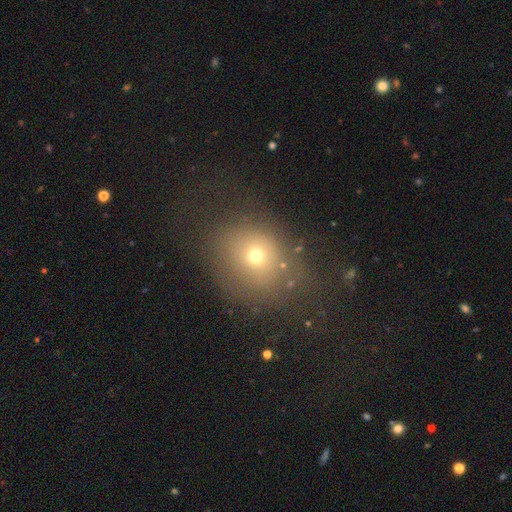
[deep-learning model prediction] This is likely a smooth galaxy (66%). How rounded: likely round (72%). Merging: likely none (63%).